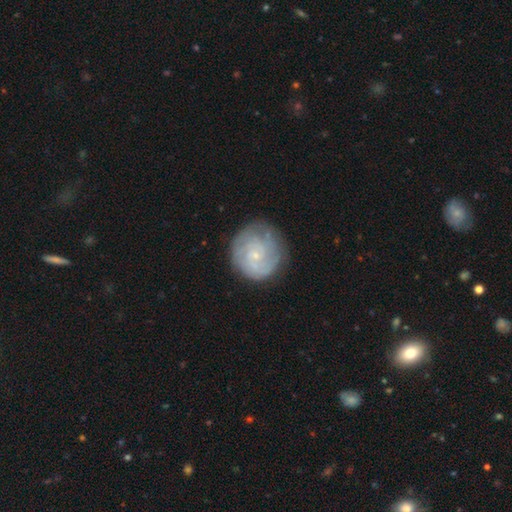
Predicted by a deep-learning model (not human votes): Smooth or featured: featured or disk — 66% (smooth — 27%)
Edge-on disk: no — 98% (yes — 2%)
Bar: no — 76% (weak — 21%)
Spiral arms: yes — 86% (no — 14%)
Spiral winding: tight — 66% (medium — 26%)
Spiral arm count: can't tell — 44% (2 — 22%)
Bulge size: small — 82% (moderate — 12%)
Merging: none — 75% (minor disturbance — 17%)